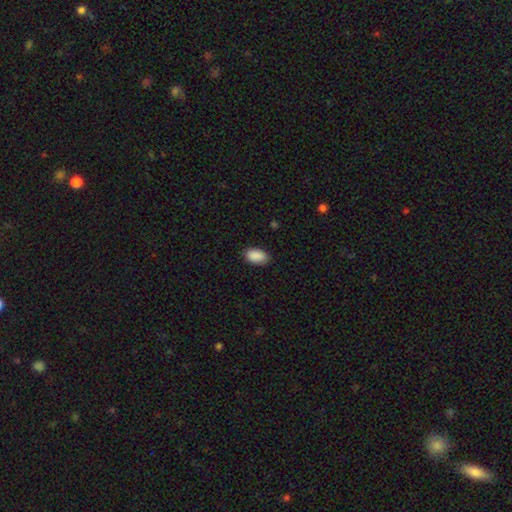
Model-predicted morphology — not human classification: Smooth or featured? Predicted: smooth (p=0.90). How rounded? Predicted: in between (p=0.94). Merging? Predicted: none (p=0.85).